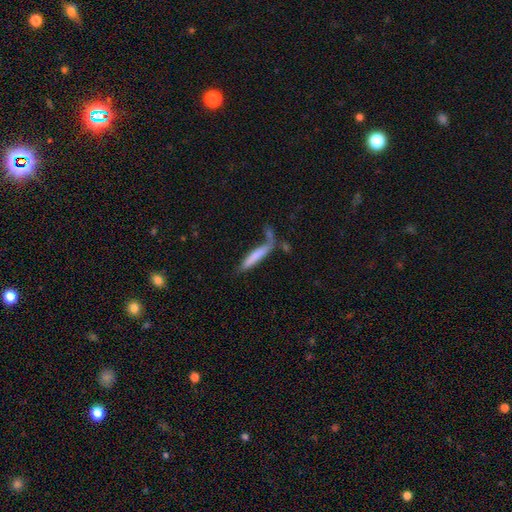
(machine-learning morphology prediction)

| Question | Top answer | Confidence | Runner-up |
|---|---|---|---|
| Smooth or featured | smooth | 70% | featured or disk (23%) |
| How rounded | cigar-shaped | 88% | in between (10%) |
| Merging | none | 43% | merger (24%) |